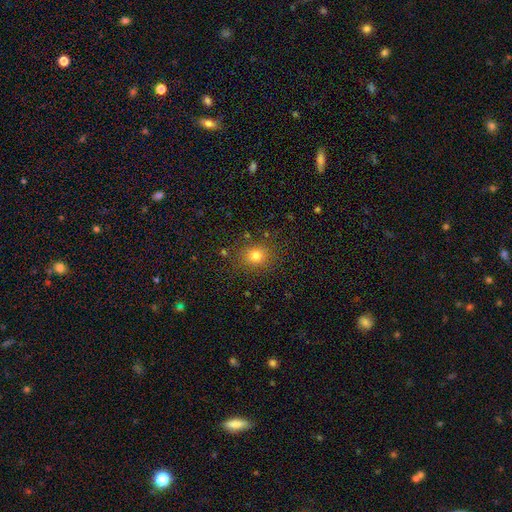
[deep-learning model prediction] A smooth galaxy with no disk features (78%) that is round (76%). Merging: none (84%).